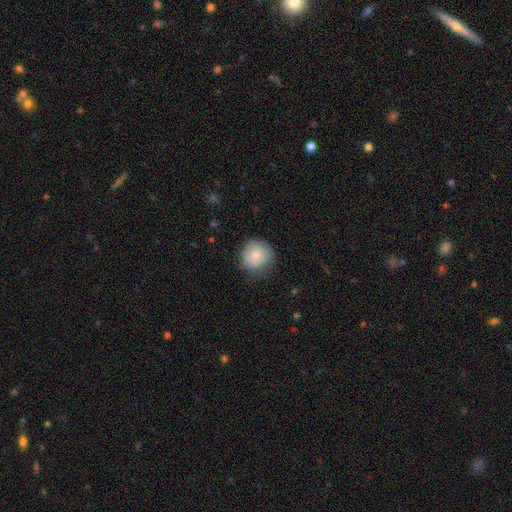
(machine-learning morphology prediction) type=smooth (78%); roundness=round (89%); merging=none (68%).